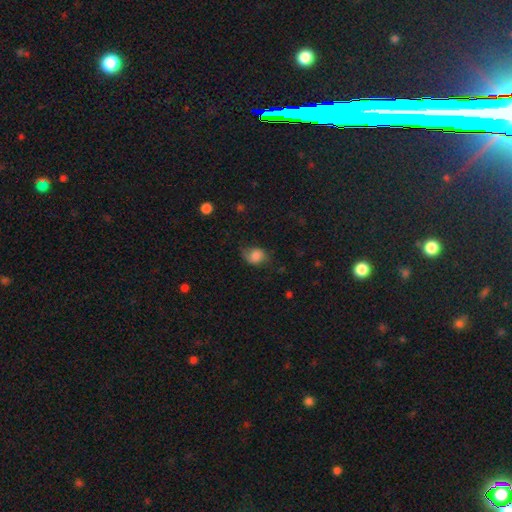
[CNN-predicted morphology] The model was most divided on "how rounded": in between: 53%, round: 46%, cigar-shaped: 1%. More confident: smooth or featured — smooth (75%); merging — none (59%).